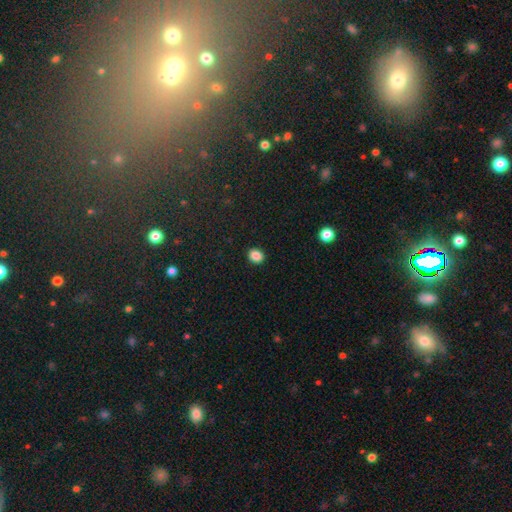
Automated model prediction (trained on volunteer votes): Smooth or featured: smooth — 87% (star or artifact — 10%)
How rounded: round — 61% (in between — 38%)
Merging: none — 91% (minor disturbance — 6%)